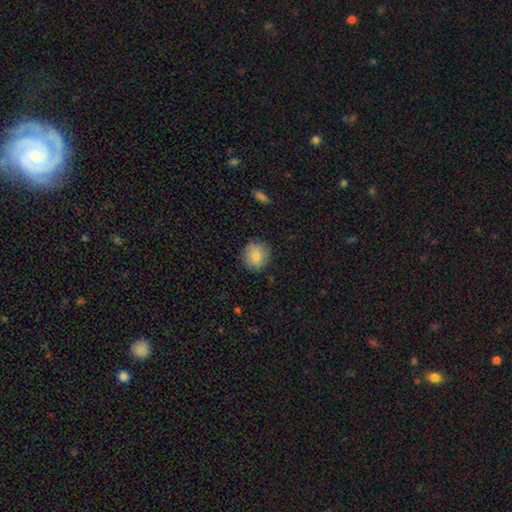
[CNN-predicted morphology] smooth-or-featured: smooth: 82% | featured or disk: 10% | star or artifact: 8%
  how-rounded: round: 90% | in between: 9% | cigar-shaped: 1%
  merging: none: 86% | minor disturbance: 10% | major disturbance: 3% | merger: 1%